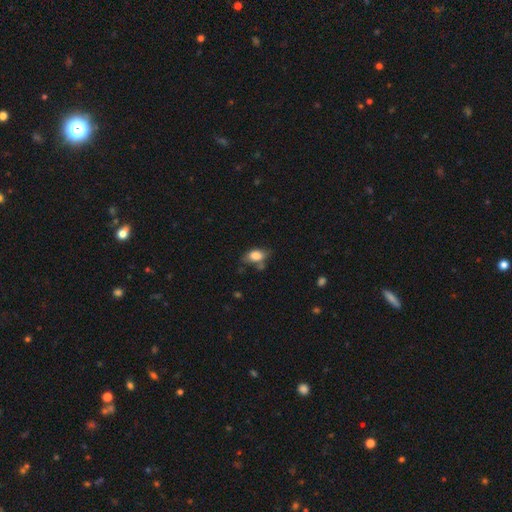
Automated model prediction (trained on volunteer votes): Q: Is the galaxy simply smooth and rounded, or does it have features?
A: smooth — 80%.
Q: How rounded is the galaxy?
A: in between — 85%.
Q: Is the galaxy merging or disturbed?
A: none — 51%.